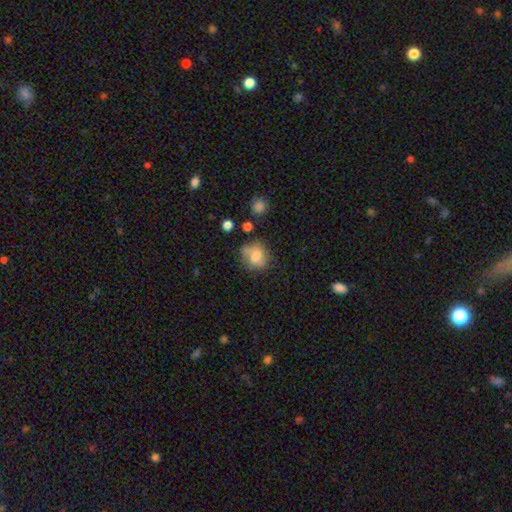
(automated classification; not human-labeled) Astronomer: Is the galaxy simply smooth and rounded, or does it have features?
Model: smooth — 68%.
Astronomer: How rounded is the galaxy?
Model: round — 56% (runner-up: in between, 43%).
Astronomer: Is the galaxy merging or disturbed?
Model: none — 48% (runner-up: minor disturbance, 27%).